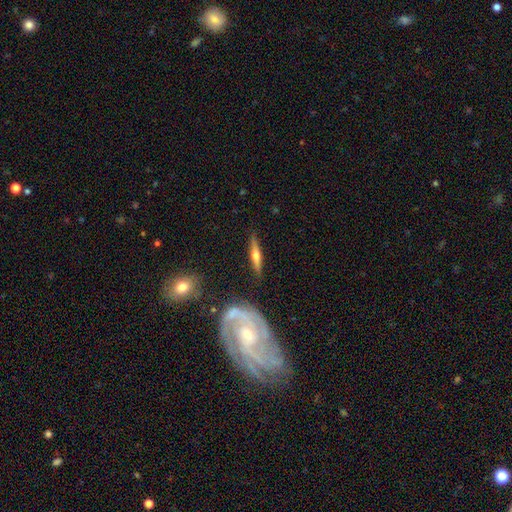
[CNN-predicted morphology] Overall: featured or disk (57%; smooth 37%). Edge-on disk: yes (92%). Edge-on bulge: rounded (87%). Merging: none (86%).